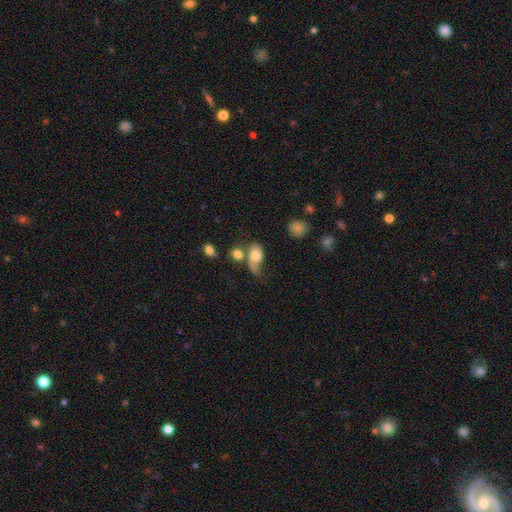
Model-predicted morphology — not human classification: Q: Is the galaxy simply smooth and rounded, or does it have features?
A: smooth — 58%.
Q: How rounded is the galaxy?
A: in between — 74%.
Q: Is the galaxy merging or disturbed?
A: major disturbance — 34%.